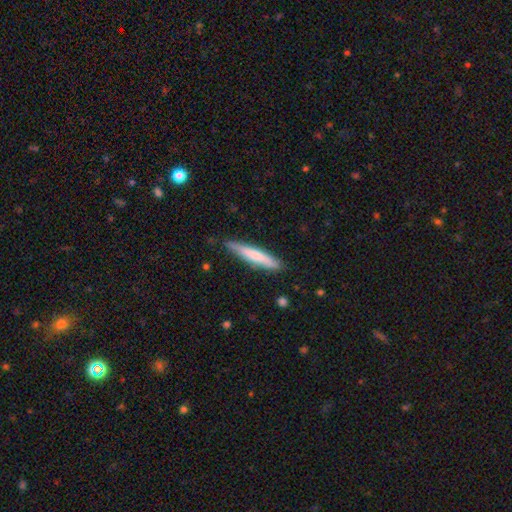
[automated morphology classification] A smooth galaxy with no disk features (66%) that is cigar-shaped (92%). Merging: none (86%).